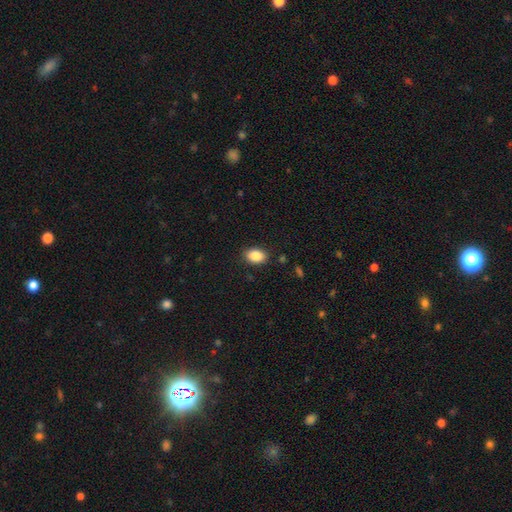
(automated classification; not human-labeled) A smooth galaxy with no disk features (87%) that is in between round and cigar-shaped (81%). Merging: none (87%).